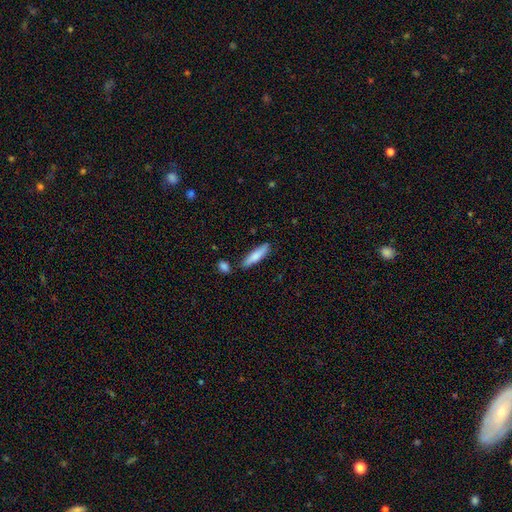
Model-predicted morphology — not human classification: Smooth or featured? smooth (78%)
How rounded? cigar-shaped (77%)
Merging? none (78%)